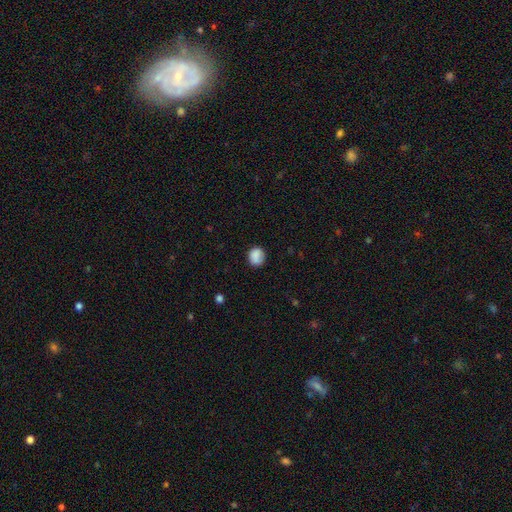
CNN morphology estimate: smooth-or-featured: smooth: 85% | star or artifact: 9% | featured or disk: 6%
  how-rounded: round: 75% | in between: 24% | cigar-shaped: 1%
  merging: none: 78% | minor disturbance: 16% | major disturbance: 4% | merger: 2%